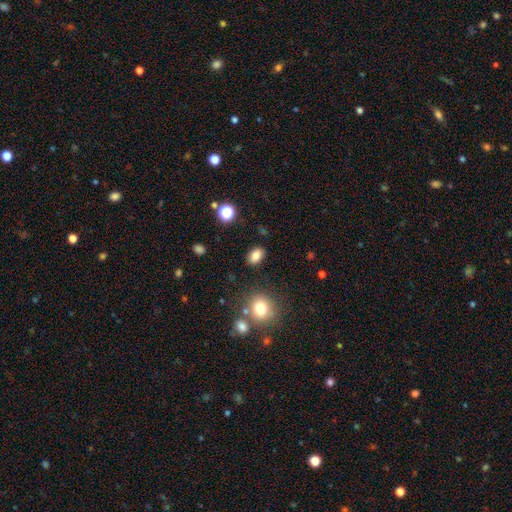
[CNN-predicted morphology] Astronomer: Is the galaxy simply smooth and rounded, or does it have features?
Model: smooth — 83%.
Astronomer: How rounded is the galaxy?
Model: in between — 82%.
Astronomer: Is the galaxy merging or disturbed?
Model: none — 85%.